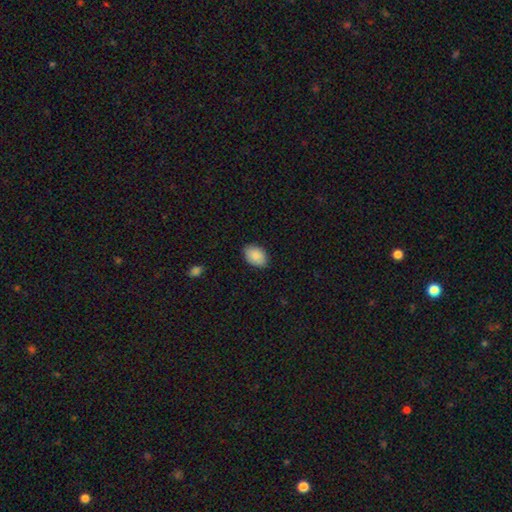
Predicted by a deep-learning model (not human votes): Overall: smooth (88%). How rounded: in between (85%). Merging: none (86%).